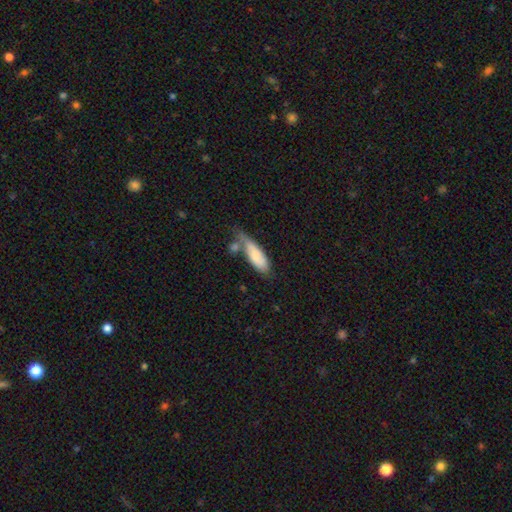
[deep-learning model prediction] A smooth galaxy with no disk features (77%) that is in between round and cigar-shaped (61%).

Vote fractions:
- Smooth or featured? smooth: 77% / featured or disk: 17% / star or artifact: 6%
- How rounded? in between: 61% / cigar-shaped: 37% / round: 2%
- Merging? none: 37% / minor disturbance: 29% / merger: 22% / major disturbance: 12%